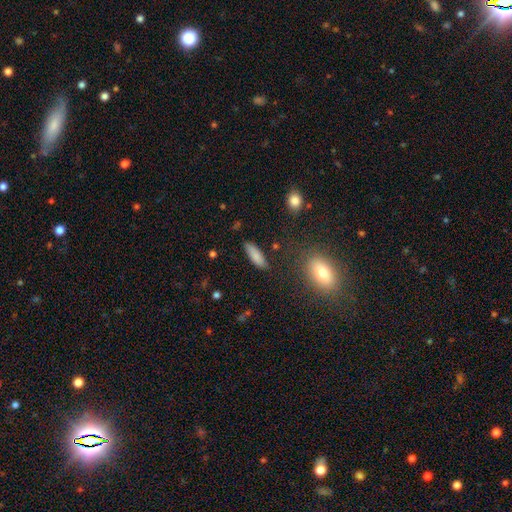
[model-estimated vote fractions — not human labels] Q: Smooth or featured?
A: smooth (83%); runner-up: featured or disk (9%)
Q: How rounded?
A: in between (53%); runner-up: cigar-shaped (45%)
Q: Merging?
A: none (83%); runner-up: minor disturbance (11%)